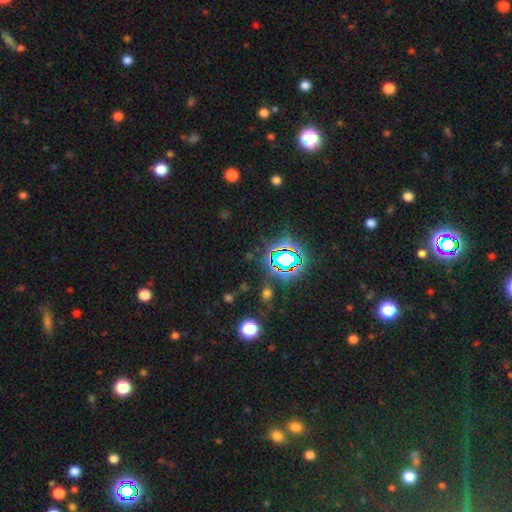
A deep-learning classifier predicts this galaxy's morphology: This is likely a star or artifact rather than a galaxy (80%).